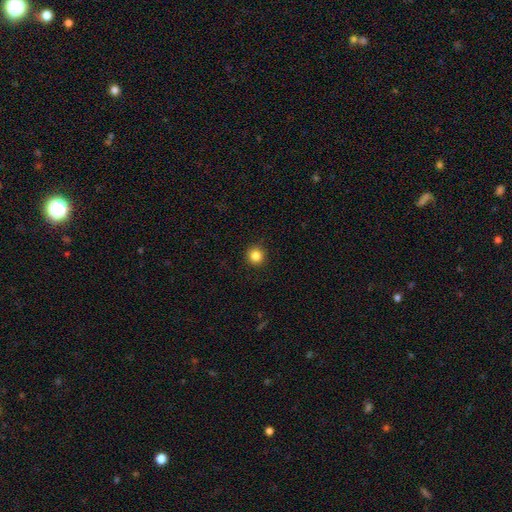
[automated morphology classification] A smooth galaxy with no disk features (84%) that is round (95%). Merging: none (93%).